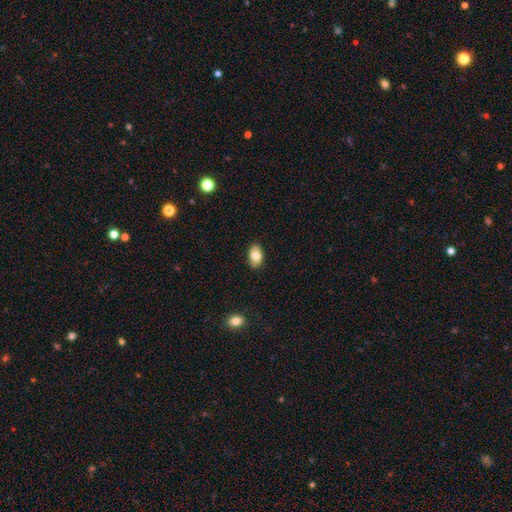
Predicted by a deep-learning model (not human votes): Morphology: type=smooth (83%); roundness=in between (91%); merging=none (88%).